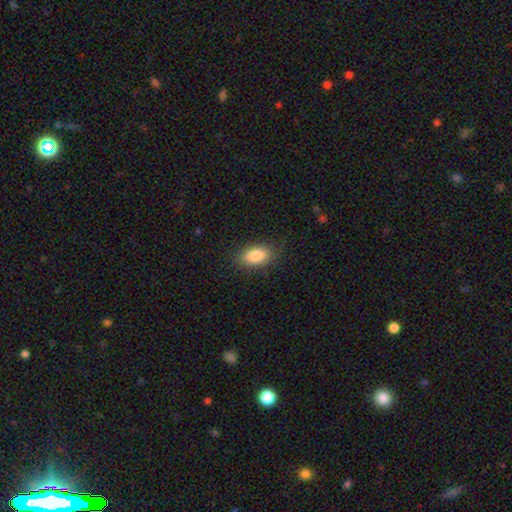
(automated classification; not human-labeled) smooth-or-featured: smooth: 85% | star or artifact: 8% | featured or disk: 7%
  how-rounded: in between: 90% | round: 7% | cigar-shaped: 4%
  merging: none: 86% | minor disturbance: 10% | major disturbance: 3% | merger: 1%